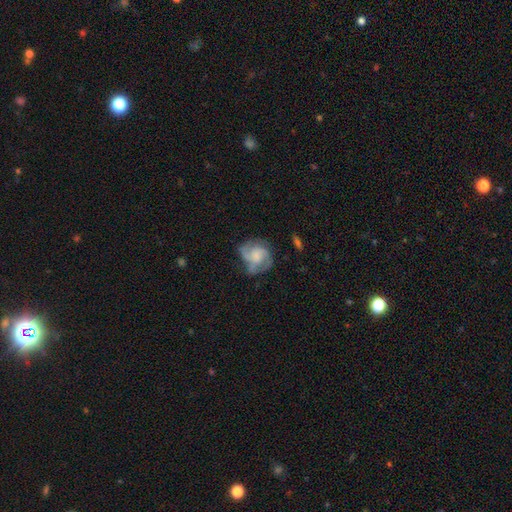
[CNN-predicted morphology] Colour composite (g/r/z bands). It shows a featured or disk galaxy (61%) with no bar (68%), spiral arms (82%) and no central bulge (36%). Merging: none (52%).